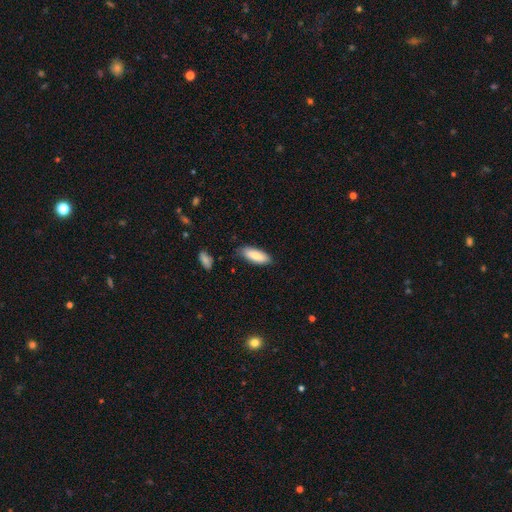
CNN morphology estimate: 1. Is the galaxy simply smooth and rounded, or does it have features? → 83% smooth, 11% featured or disk, 6% star or artifact.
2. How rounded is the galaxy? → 67% in between, 31% cigar-shaped, 2% round.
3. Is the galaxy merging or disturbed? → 83% none, 13% minor disturbance, 2% major disturbance, 2% merger.